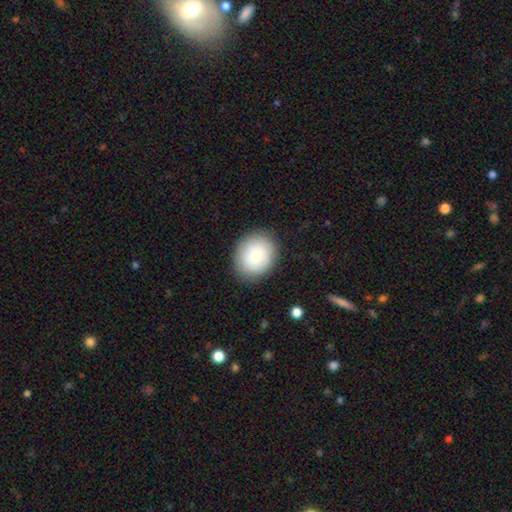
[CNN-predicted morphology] smooth-or-featured: smooth: 82% | featured or disk: 11% | star or artifact: 7%
  how-rounded: round: 60% | in between: 39% | cigar-shaped: 1%
  merging: none: 86% | minor disturbance: 10% | major disturbance: 3% | merger: 1%